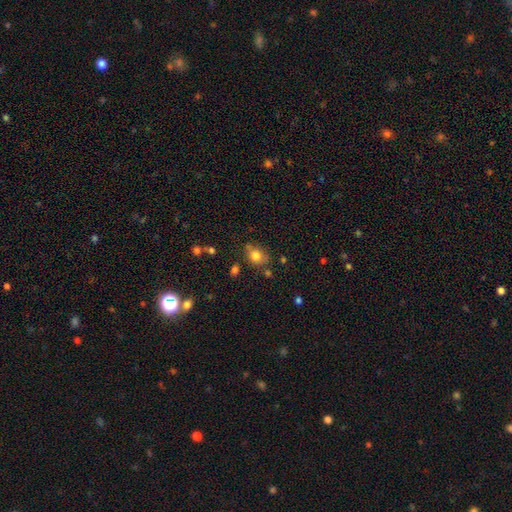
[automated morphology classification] type=smooth (80%); roundness=in between (56%); merging=none (64%).